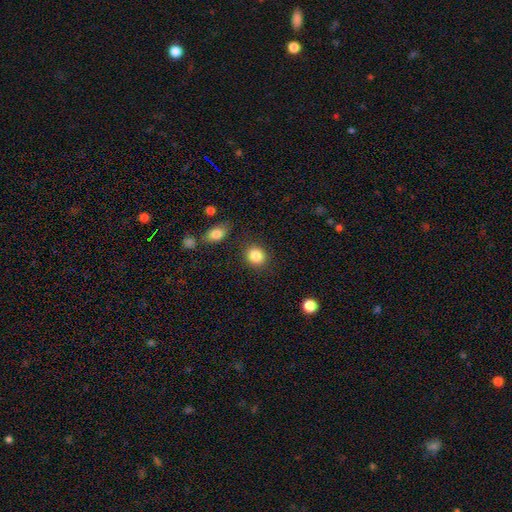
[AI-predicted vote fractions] Overall: smooth (86%). How rounded: round (71%). Merging: none (85%).